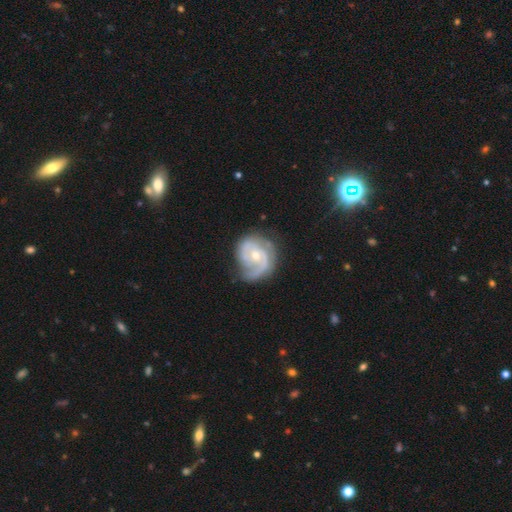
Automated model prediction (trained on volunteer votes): This appears to be a featured or disk galaxy (83%) with no bar (69%), 2 (52%) tight (46%) spiral arms (93%) and a moderate central bulge (52%). Merging: none (59%).